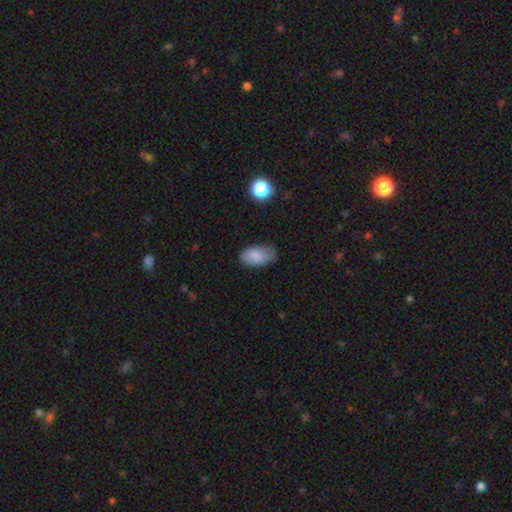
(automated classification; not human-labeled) Q: Smooth or featured?
A: smooth (84%); runner-up: featured or disk (9%)
Q: How rounded?
A: in between (94%); runner-up: round (5%)
Q: Merging?
A: none (74%); runner-up: minor disturbance (21%)